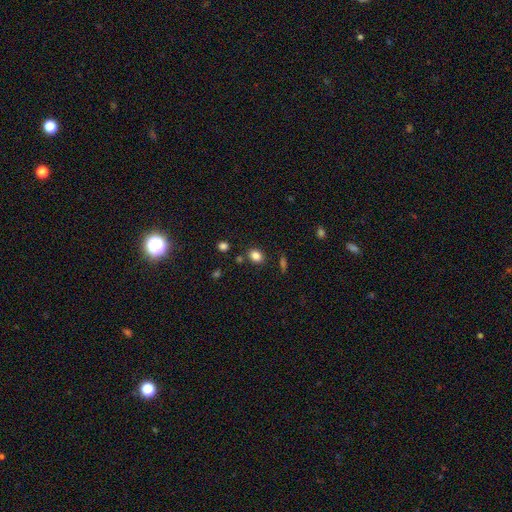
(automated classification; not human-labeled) Smooth or featured? Predicted: smooth (p=0.84). How rounded? Predicted: in between (p=0.56). Merging? Predicted: none (p=0.80).